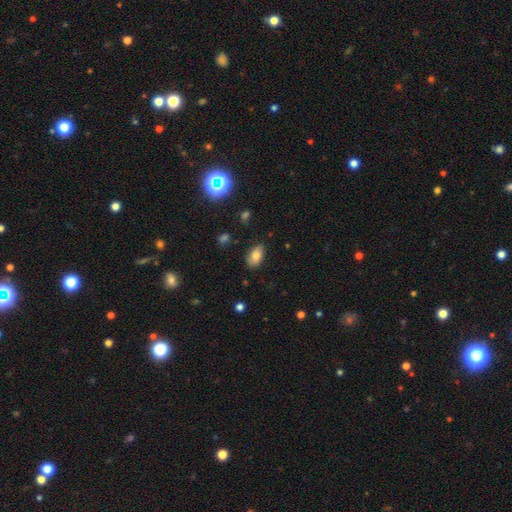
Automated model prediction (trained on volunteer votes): This appears to be a smooth galaxy with no disk features (78%) that is in between round and cigar-shaped (92%). Merging: none (79%).